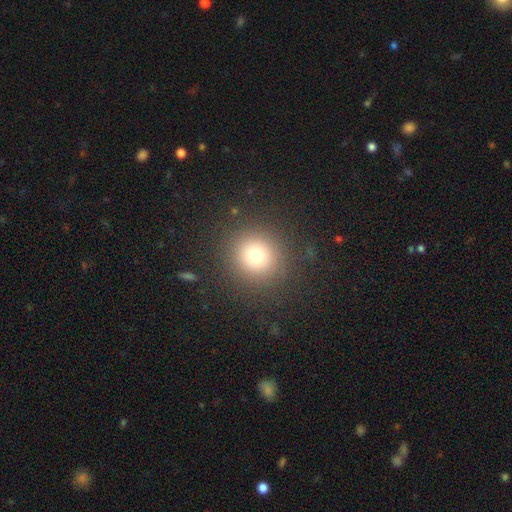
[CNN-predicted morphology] This is likely a smooth galaxy (73%). How rounded: clearly round (94%). Merging: clearly none (88%).